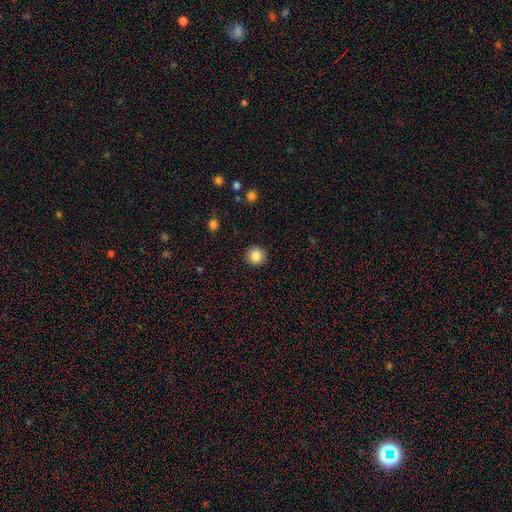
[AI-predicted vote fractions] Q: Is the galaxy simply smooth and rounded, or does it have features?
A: smooth — 86%.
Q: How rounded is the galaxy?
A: round — 93%.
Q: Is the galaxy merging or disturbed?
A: none — 91%.